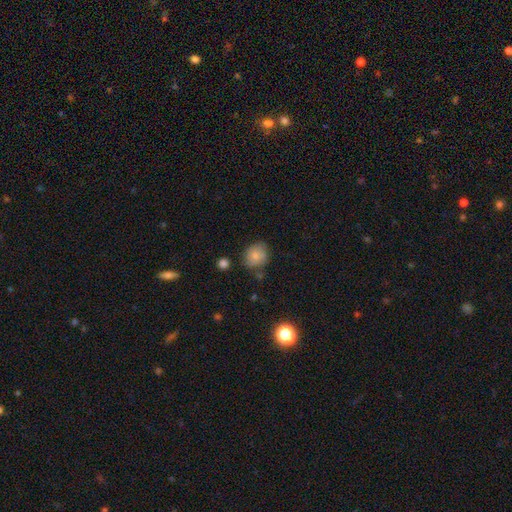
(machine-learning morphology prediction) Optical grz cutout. It shows a smooth galaxy with no disk features (75%) that is round (65%). Merging: none (65%).